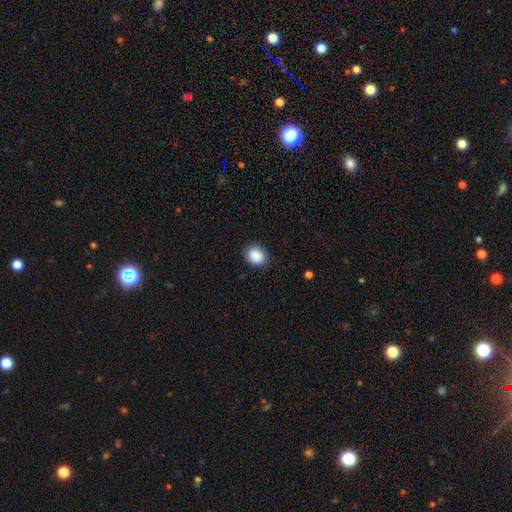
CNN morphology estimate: Smooth or featured?
  - smooth: 89% *
  - star or artifact: 8%
  - featured or disk: 3%
How rounded?
  - round: 53% *
  - in between: 47%
  - cigar-shaped: 1%
Merging?
  - none: 86% *
  - minor disturbance: 11%
  - major disturbance: 3%
  - merger: 1%